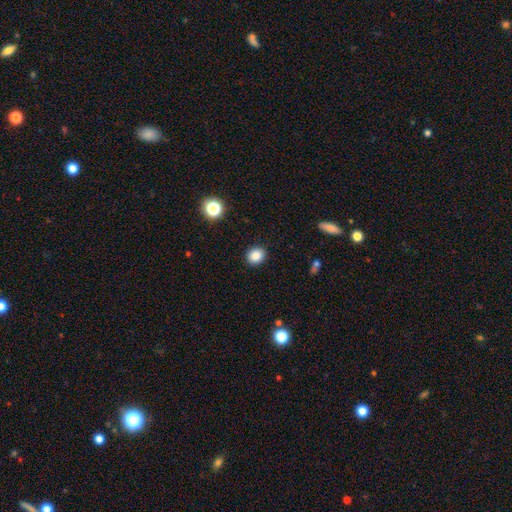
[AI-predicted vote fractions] Smooth or featured? Predicted: smooth (p=0.85). How rounded? Predicted: round (p=0.70). Merging? Predicted: none (p=0.91).